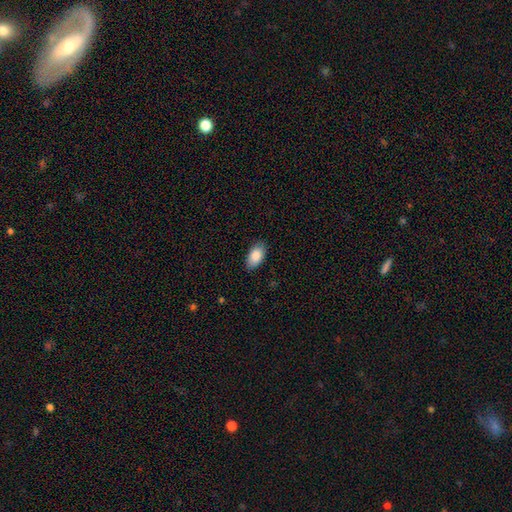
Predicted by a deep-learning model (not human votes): Overall: smooth (88%). How rounded: in between (94%). Merging: none (85%).